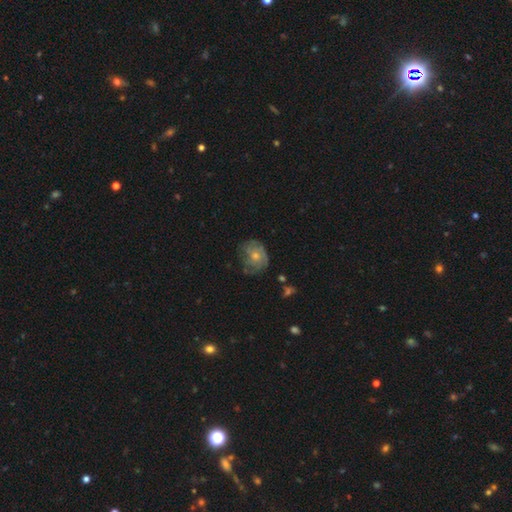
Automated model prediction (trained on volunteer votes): smooth-or-featured: featured or disk: 54% | smooth: 38% | star or artifact: 8%
  disk-edge-on: no: 97% | yes: 3%
    bar: no: 85% | weak: 13% | strong: 2%
    has-spiral-arms: yes: 64% | no: 36%
    bulge-size: moderate: 48% | small: 46% | large: 2% | none: 2% | dominant: 1%
  merging: none: 56% | minor disturbance: 27% | major disturbance: 15% | merger: 2%